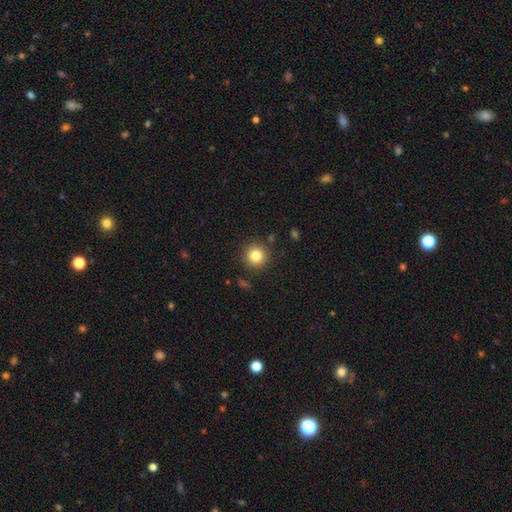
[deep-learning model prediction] Smooth or featured?
  - smooth: 82% *
  - star or artifact: 11%
  - featured or disk: 7%
How rounded?
  - round: 94% *
  - in between: 5%
  - cigar-shaped: 1%
Merging?
  - none: 89% *
  - minor disturbance: 7%
  - major disturbance: 2%
  - merger: 2%